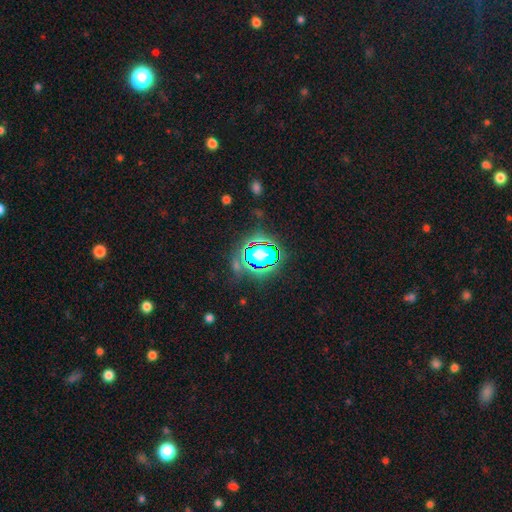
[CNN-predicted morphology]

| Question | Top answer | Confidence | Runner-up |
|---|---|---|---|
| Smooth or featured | star or artifact | 76% | smooth (15%) |